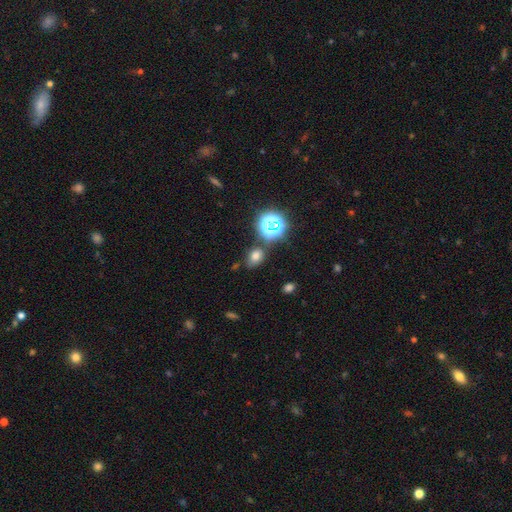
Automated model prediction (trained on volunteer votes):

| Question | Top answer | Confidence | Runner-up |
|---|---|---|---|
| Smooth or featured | smooth | 66% | star or artifact (26%) |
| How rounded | in between | 56% | round (42%) |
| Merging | none | 72% | minor disturbance (15%) |